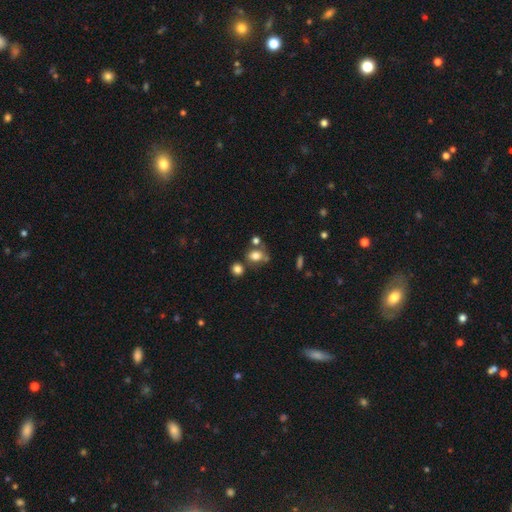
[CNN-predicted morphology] Q: Smooth or featured?
A: smooth (76%); runner-up: star or artifact (12%)
Q: How rounded?
A: in between (53%); runner-up: round (45%)
Q: Merging?
A: none (52%); runner-up: merger (21%)